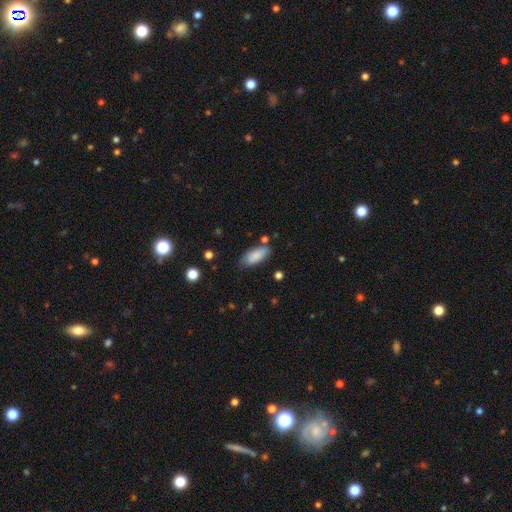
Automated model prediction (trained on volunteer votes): A smooth galaxy with no disk features (85%) that is in between round and cigar-shaped (84%). Merging: none (70%).